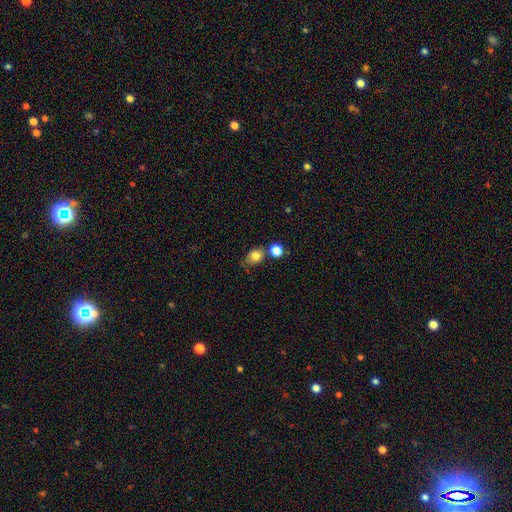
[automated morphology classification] The model was most divided on "how rounded": round: 63%, in between: 36%, cigar-shaped: 1%. More confident: smooth or featured — smooth (80%); merging — none (54%).